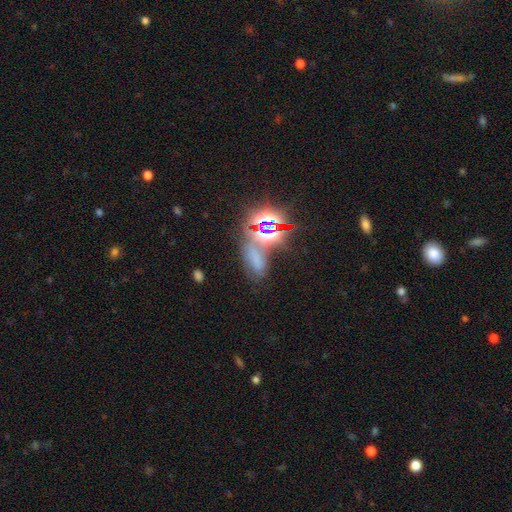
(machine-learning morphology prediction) Smooth or featured? star or artifact (58%)